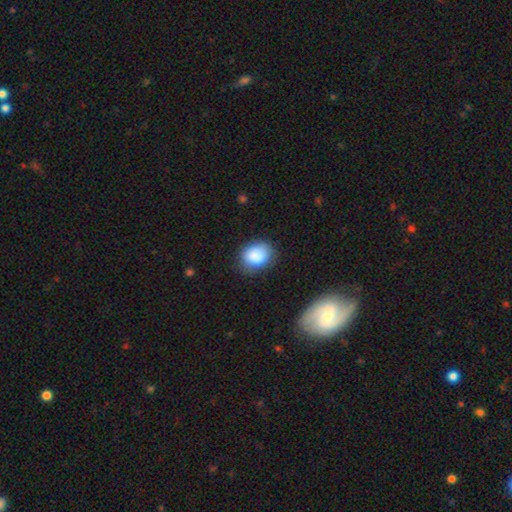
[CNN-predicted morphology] smooth_or_featured: smooth (p=0.86) [alt: star or artifact p=0.08]
how_rounded: in between (p=0.51) [alt: round p=0.48]
merging: none (p=0.71) [alt: minor disturbance p=0.21]